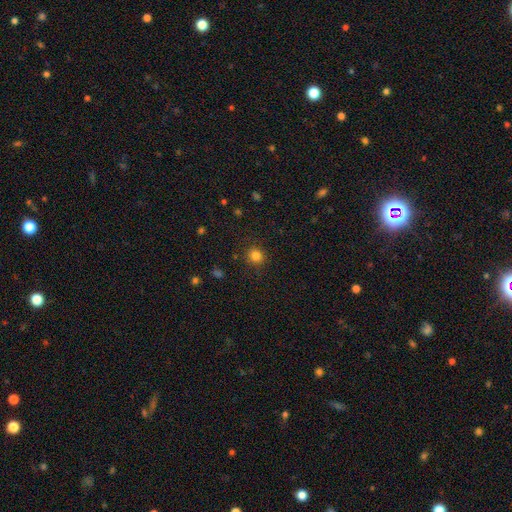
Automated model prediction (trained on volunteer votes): Smooth or featured? smooth (83%)
How rounded? round (87%)
Merging? none (88%)